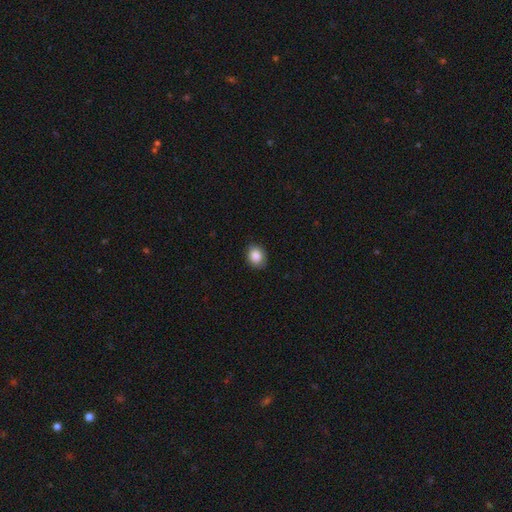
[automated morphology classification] This is clearly a smooth galaxy (87%). How rounded: possibly round (54%). Merging: clearly none (86%).